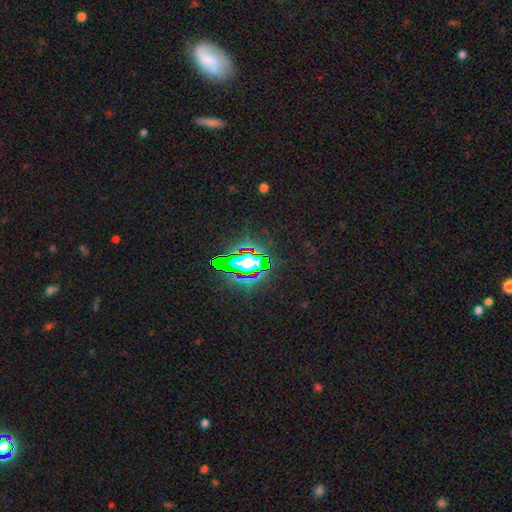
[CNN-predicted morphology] Overall: star or artifact (81%).